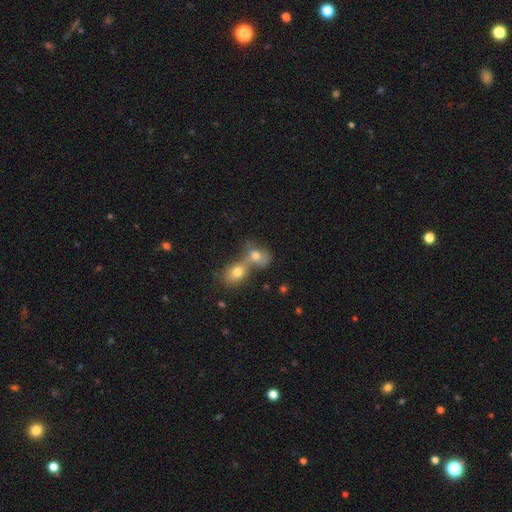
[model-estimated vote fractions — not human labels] Smooth or featured? Predicted: smooth (p=0.70). How rounded? Predicted: in between (p=0.62). Merging? Predicted: merger (p=0.74).